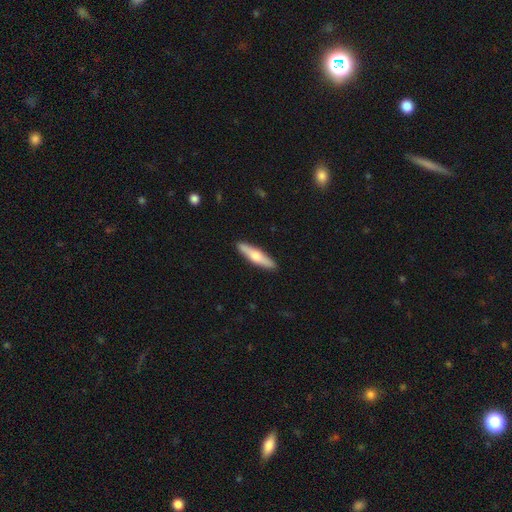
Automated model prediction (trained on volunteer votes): The model was most divided on "smooth or featured": smooth: 52%, featured or disk: 43%, star or artifact: 5%. More confident: merging — none (91%); how rounded — cigar-shaped (83%).